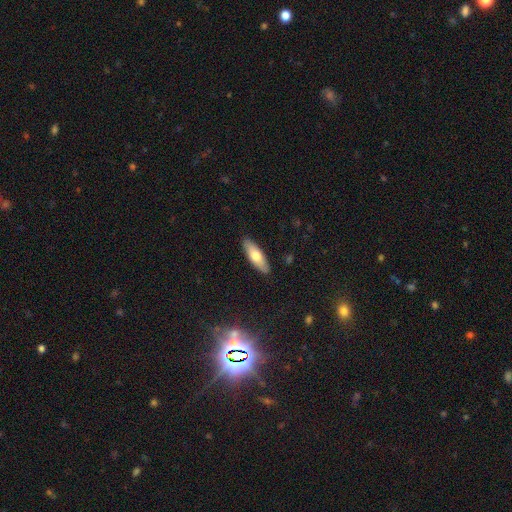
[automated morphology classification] The model was most divided on "how rounded": in between: 56%, cigar-shaped: 42%, round: 2%. More confident: merging — none (89%); smooth or featured — smooth (70%).